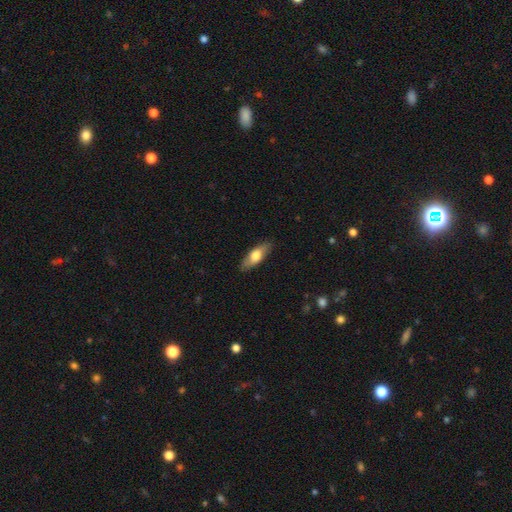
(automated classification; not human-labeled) A smooth galaxy with no disk features (65%) that is in between round and cigar-shaped (65%). Merging: none (87%).